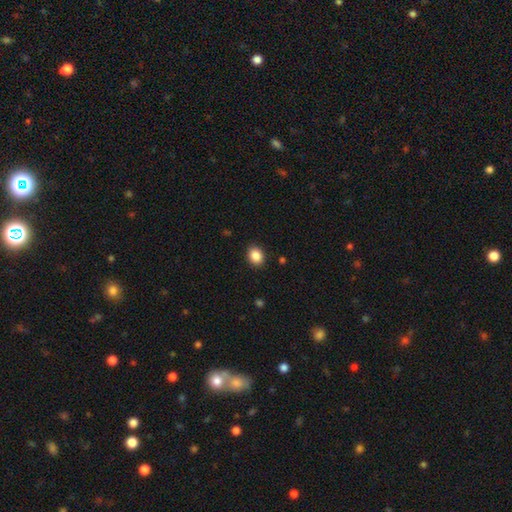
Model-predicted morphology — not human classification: A smooth galaxy with no disk features (88%) that is in between round and cigar-shaped (52%). Merging: none (90%).